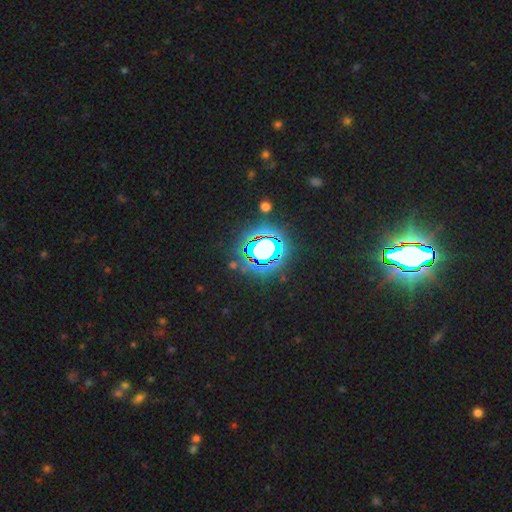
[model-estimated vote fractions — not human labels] Morphology: type=star or artifact (83%).